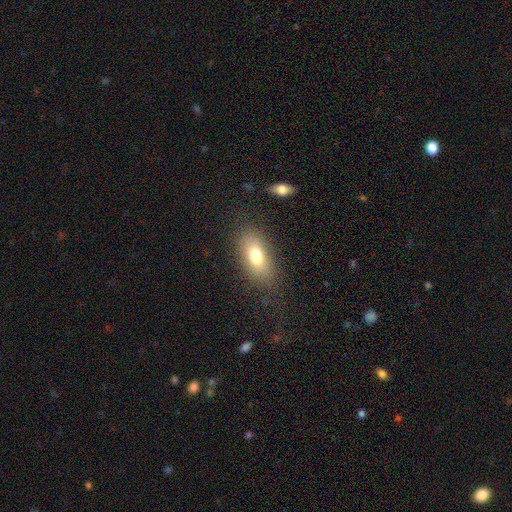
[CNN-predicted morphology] Overall: smooth (75%). How rounded: in between (88%). Merging: none (80%).